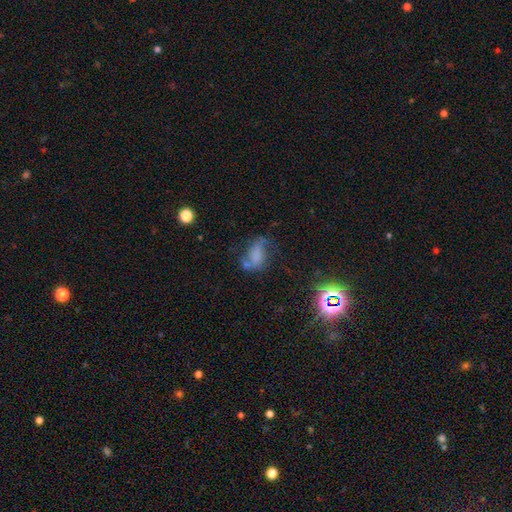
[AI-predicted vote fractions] Smooth or featured?
  - smooth: 47% *
  - featured or disk: 33%
  - star or artifact: 19%
Merging?
  - none: 38% *
  - minor disturbance: 26%
  - major disturbance: 25%
  - merger: 11%